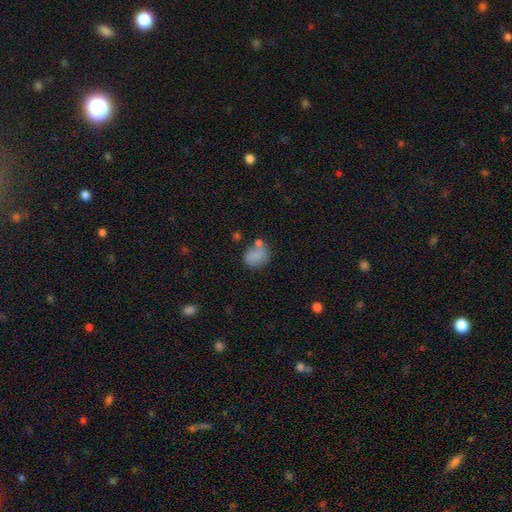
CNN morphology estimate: Smooth or featured? Predicted: smooth (p=0.78). How rounded? Predicted: round (p=0.60). Merging? Predicted: none (p=0.54).